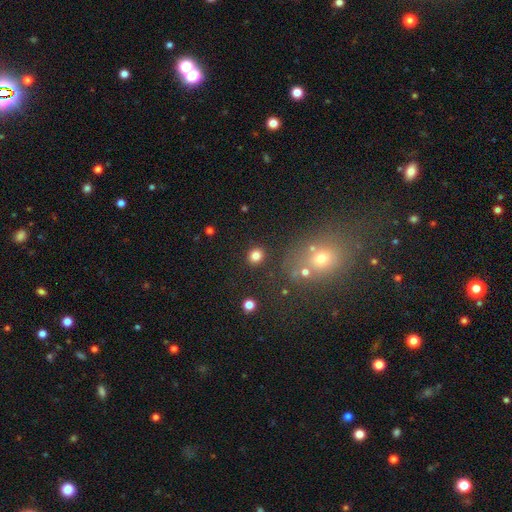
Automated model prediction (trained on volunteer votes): Smooth or featured: smooth — 83% (star or artifact — 12%)
How rounded: round — 77% (in between — 22%)
Merging: none — 87% (minor disturbance — 7%)